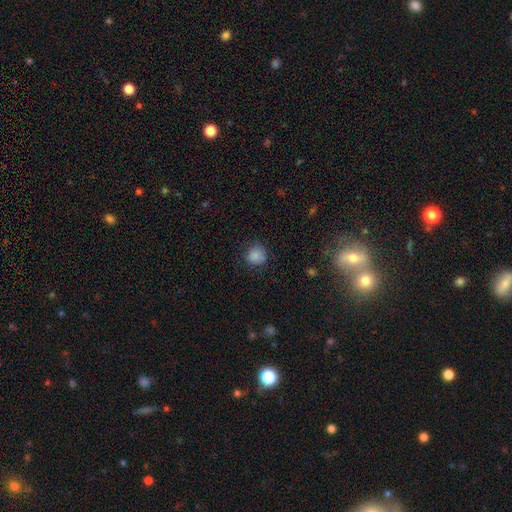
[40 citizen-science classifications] Smooth or featured?
  - smooth: 88% *
  - star or artifact: 10%
  - featured or disk: 2%
How rounded?
  - round: 86% *
  - in between: 14%
  - cigar-shaped: 0%
Merging?
  - none: 69% *
  - minor disturbance: 31%
  - major disturbance: 0%
  - merger: 0%